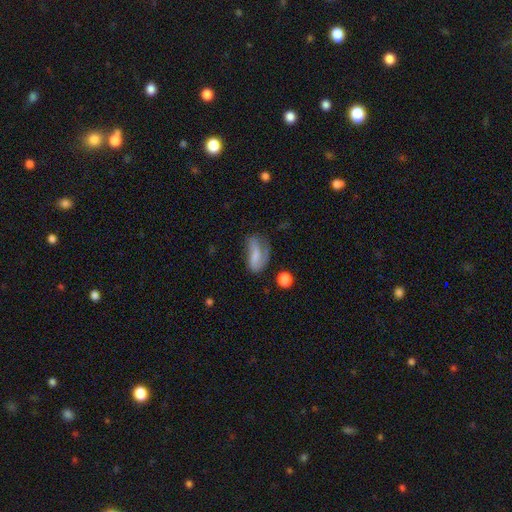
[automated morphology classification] Smooth or featured? smooth (55%)
How rounded? in between (83%)
Merging? none (37%)